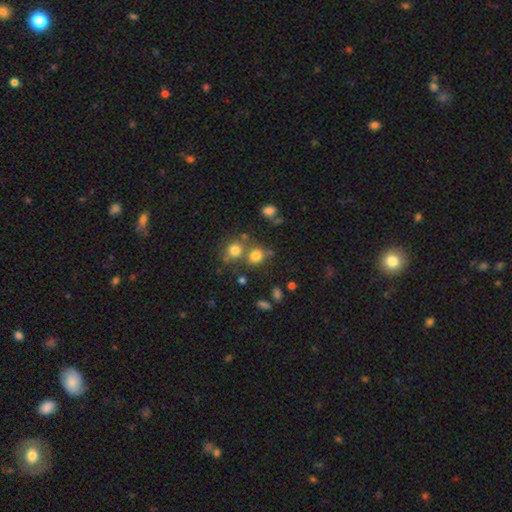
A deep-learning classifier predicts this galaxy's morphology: smooth_or_featured: smooth (p=0.76) [alt: star or artifact p=0.15]
how_rounded: round (p=0.80) [alt: in between p=0.19]
merging: none (p=0.57) [alt: merger p=0.28]